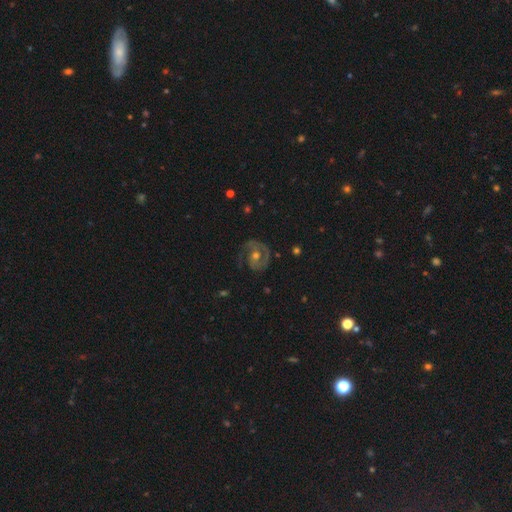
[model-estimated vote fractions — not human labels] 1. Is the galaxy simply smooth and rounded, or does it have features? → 82% featured or disk, 11% smooth, 7% star or artifact.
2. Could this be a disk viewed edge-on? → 98% no, 2% yes.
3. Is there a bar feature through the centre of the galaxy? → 62% no, 30% weak, 9% strong.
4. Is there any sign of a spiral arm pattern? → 91% yes, 9% no.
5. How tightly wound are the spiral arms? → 49% tight, 40% medium, 11% loose.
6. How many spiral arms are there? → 62% 2, 22% 1, 9% can't tell, 3% 3, 1% 4, 1% more than 4.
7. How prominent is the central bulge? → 66% moderate, 28% small, 4% large, 1% none, 1% dominant.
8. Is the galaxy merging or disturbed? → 71% none, 17% minor disturbance, 11% major disturbance, 2% merger.